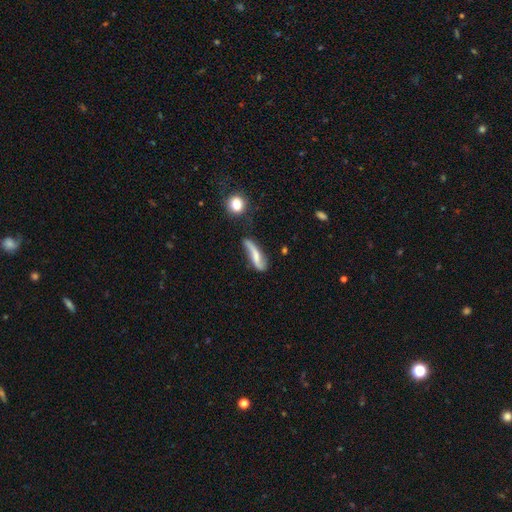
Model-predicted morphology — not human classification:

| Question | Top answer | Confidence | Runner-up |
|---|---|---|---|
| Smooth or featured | featured or disk | 58% | smooth (34%) |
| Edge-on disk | no | 79% | yes (21%) |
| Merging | none | 49% | minor disturbance (28%) |